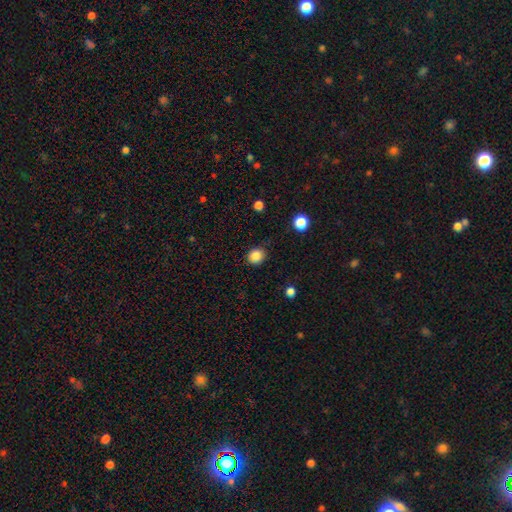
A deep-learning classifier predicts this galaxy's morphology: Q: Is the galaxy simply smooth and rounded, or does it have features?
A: smooth — 86%.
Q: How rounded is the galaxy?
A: round — 82%.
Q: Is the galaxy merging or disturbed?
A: none — 85%.